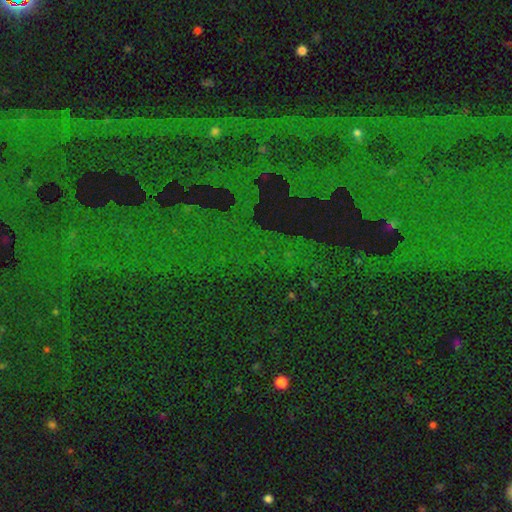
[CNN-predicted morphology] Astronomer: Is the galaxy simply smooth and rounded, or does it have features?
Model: star or artifact — 84%.